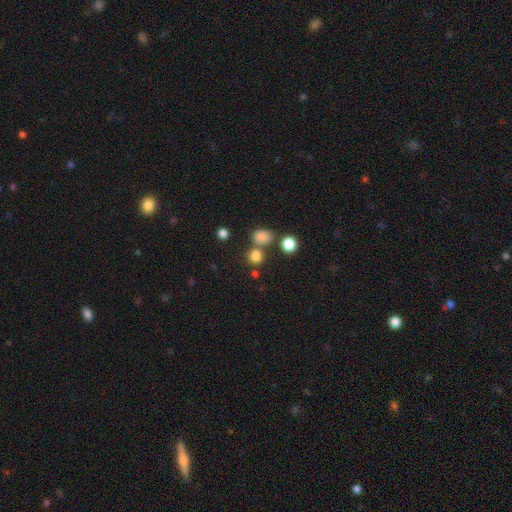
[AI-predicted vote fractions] A smooth galaxy with no disk features (79%) that is round (81%). Merging: none (66%).